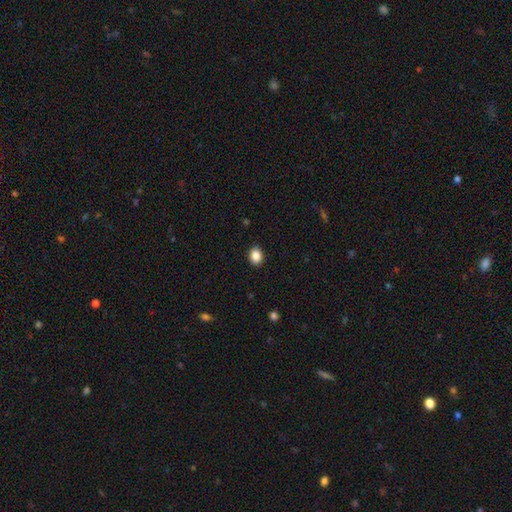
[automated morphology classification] This is clearly a smooth galaxy (87%). How rounded: possibly in between (57%). Merging: clearly none (89%).